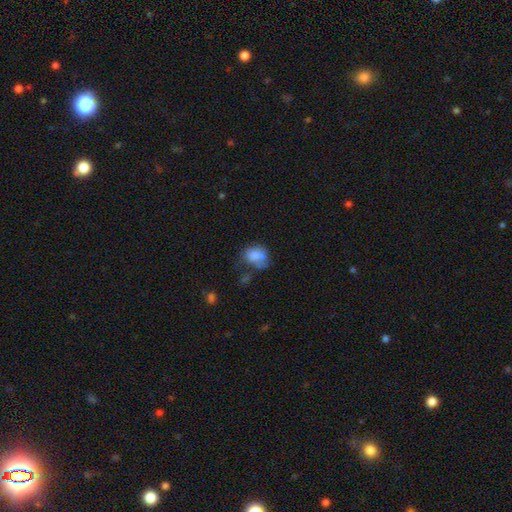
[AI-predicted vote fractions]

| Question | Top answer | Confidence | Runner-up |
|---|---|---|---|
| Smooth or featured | smooth | 75% | featured or disk (15%) |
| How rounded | in between | 58% | round (41%) |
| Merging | none | 34% | minor disturbance (26%) |